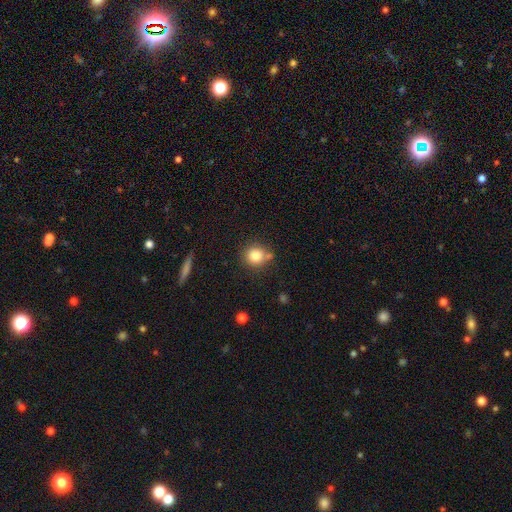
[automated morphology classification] The model was most divided on "merging": none: 72%, minor disturbance: 14%, merger: 10%, major disturbance: 4%. More confident: how rounded — round (87%); smooth or featured — smooth (82%).